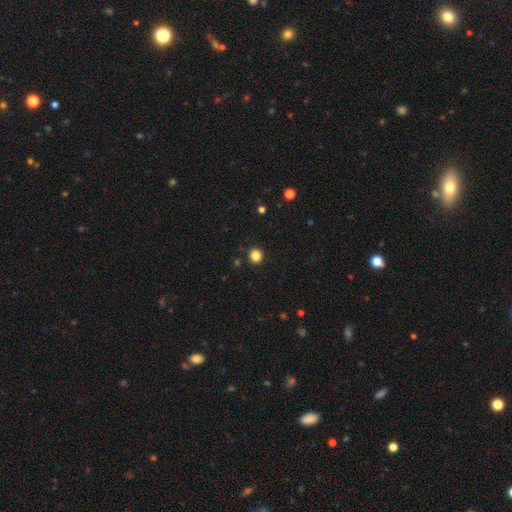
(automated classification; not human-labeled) smooth-or-featured: smooth: 85% | star or artifact: 11% | featured or disk: 4%
  how-rounded: round: 90% | in between: 9% | cigar-shaped: 1%
  merging: none: 92% | minor disturbance: 5% | major disturbance: 2% | merger: 1%